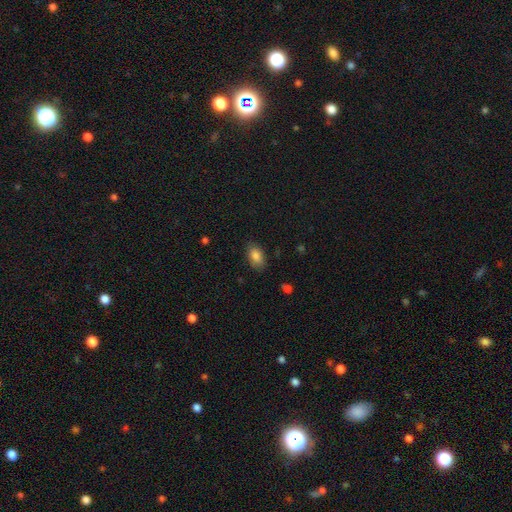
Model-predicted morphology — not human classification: Smooth or featured?
  - smooth: 85% *
  - star or artifact: 8%
  - featured or disk: 7%
How rounded?
  - in between: 90% *
  - round: 8%
  - cigar-shaped: 2%
Merging?
  - none: 82% *
  - minor disturbance: 13%
  - major disturbance: 3%
  - merger: 1%